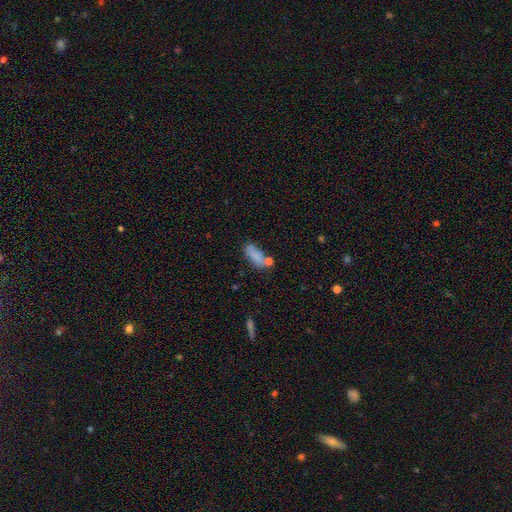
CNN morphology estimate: smooth 79%, featured or disk 11%, star or artifact 10%. Down the decision tree: how rounded — in between (74%); merging — none (53%).